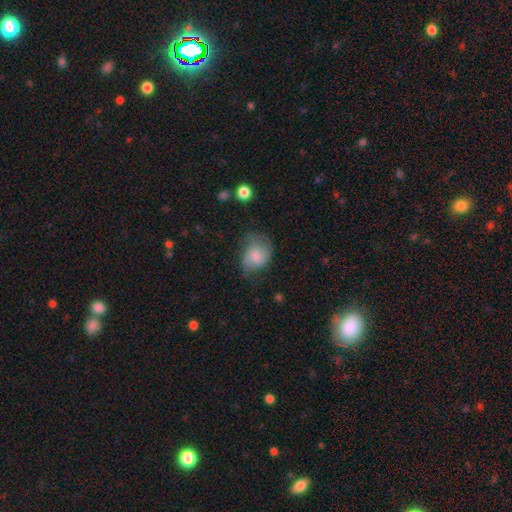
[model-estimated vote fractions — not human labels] Smooth or featured? smooth (62%)
How rounded? in between (56%)
Merging? none (43%)